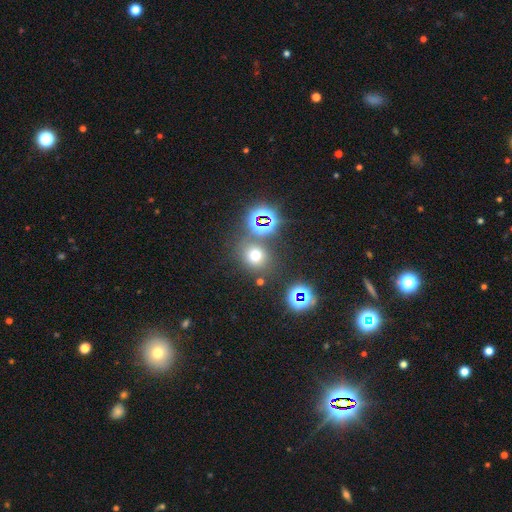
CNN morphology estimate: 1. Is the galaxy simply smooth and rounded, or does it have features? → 62% smooth, 29% star or artifact, 9% featured or disk.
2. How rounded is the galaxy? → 83% round, 16% in between, 1% cigar-shaped.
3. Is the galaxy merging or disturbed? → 75% none, 11% merger, 10% minor disturbance, 4% major disturbance.